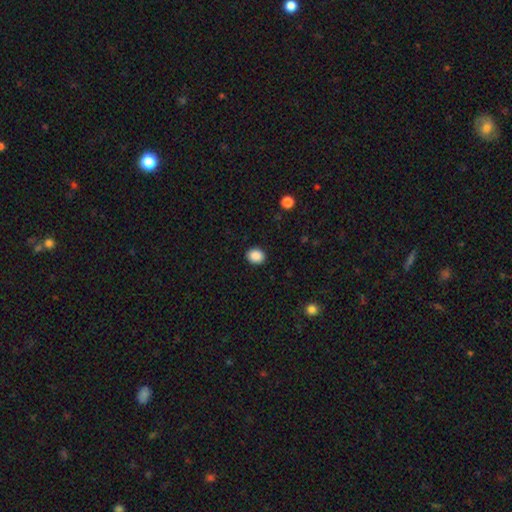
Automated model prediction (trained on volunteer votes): Q: Smooth or featured?
A: smooth (89%); runner-up: star or artifact (9%)
Q: How rounded?
A: round (56%); runner-up: in between (43%)
Q: Merging?
A: none (90%); runner-up: minor disturbance (7%)